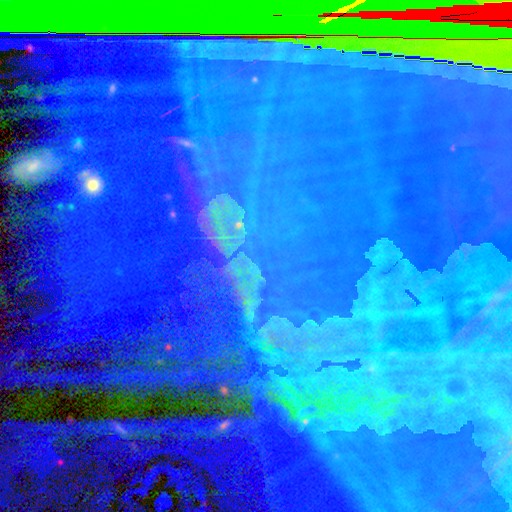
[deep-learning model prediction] Q: Smooth or featured?
A: star or artifact (85%); runner-up: featured or disk (8%)